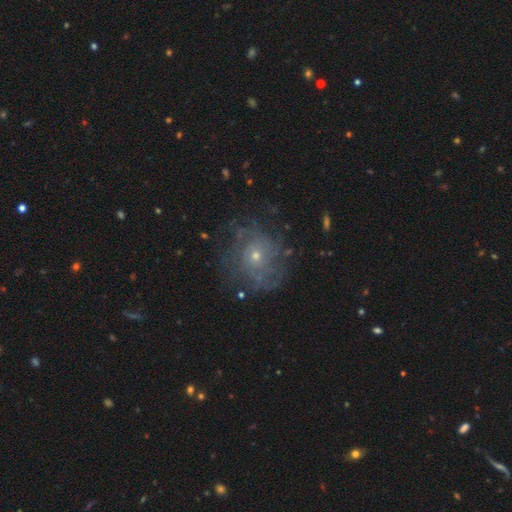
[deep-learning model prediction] A featured or disk galaxy (65%) with no bar (84%), spiral arms (77%) and a small central bulge (66%).

Vote fractions:
- Smooth or featured? featured or disk: 65% / smooth: 20% / star or artifact: 14%
- Edge-on disk? no: 97% / yes: 3%
- Bar? no: 84% / weak: 14% / strong: 2%
- Spiral arms? yes: 77% / no: 23%
- Bulge size? small: 66% / moderate: 30% / large: 2% / none: 1% / dominant: 1%
- Merging? none: 72% / minor disturbance: 16% / major disturbance: 11% / merger: 1%